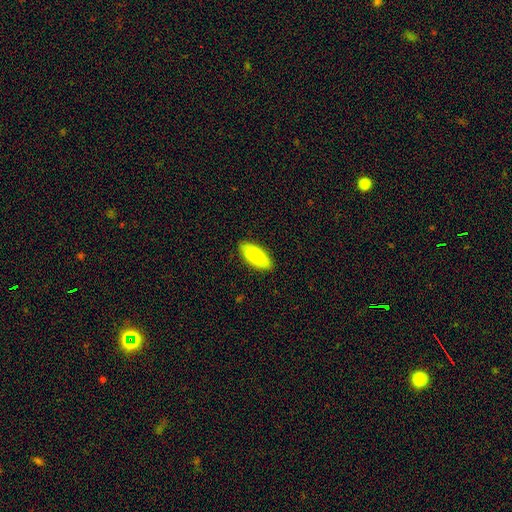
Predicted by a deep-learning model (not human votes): Smooth or featured? Predicted: smooth (p=0.85). How rounded? Predicted: in between (p=0.83). Merging? Predicted: none (p=0.87).